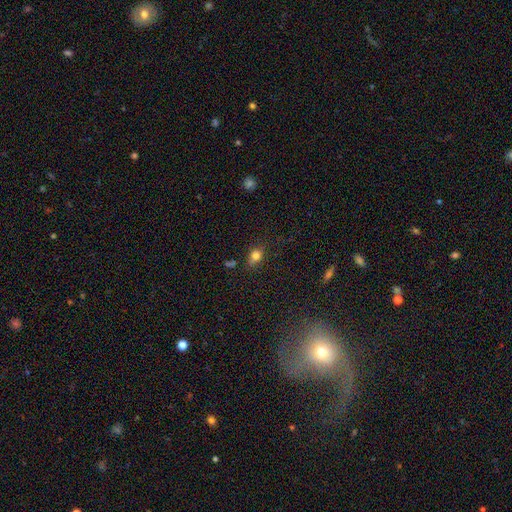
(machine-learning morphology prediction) A smooth galaxy with no disk features (80%) that is in between round and cigar-shaped (51%). Merging: none (68%).